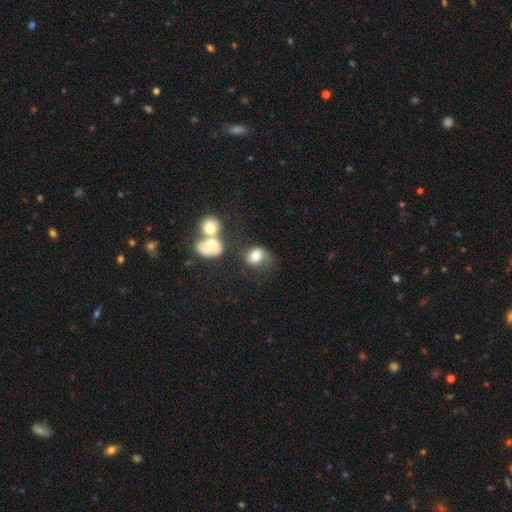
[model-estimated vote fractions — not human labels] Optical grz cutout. It shows a smooth galaxy with no disk features (69%) that is in between round and cigar-shaped (58%). Merging: none (32%).